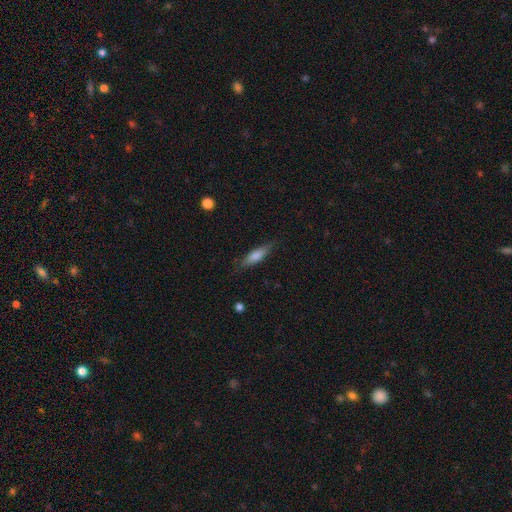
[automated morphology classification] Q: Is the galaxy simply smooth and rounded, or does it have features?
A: smooth — 73%.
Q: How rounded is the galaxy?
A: cigar-shaped — 63%.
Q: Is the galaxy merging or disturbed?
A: none — 80%.